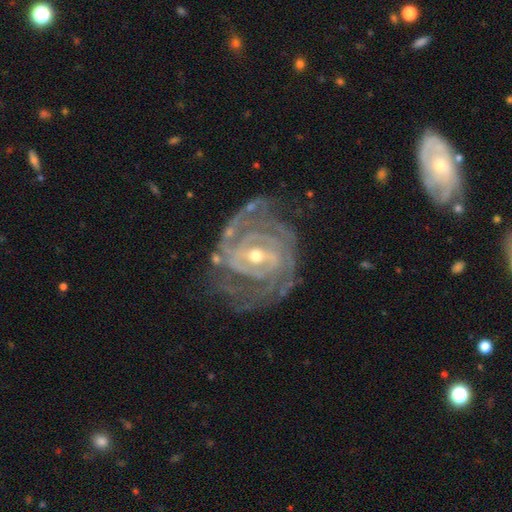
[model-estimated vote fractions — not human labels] Overall: featured or disk (92%). Edge-on disk: no (97%). Bar: weak (44%; strong 34%). Spiral arms: yes (97%). Spiral arm count: 2 (30%; 3 23%). Spiral winding: tight (69%). Bulge size: moderate (52%; small 44%). Merging: none (66%).